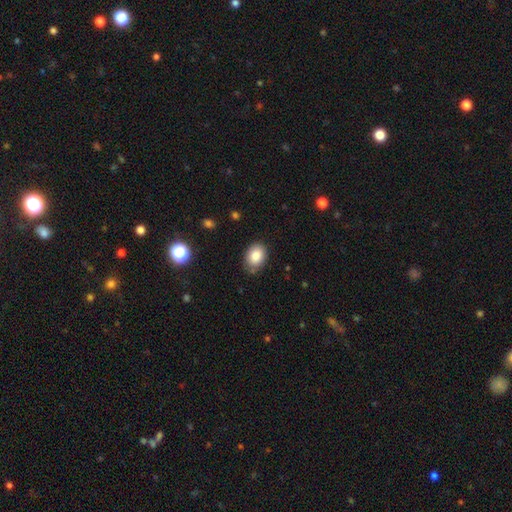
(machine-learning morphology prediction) A smooth galaxy with no disk features (85%) that is in between round and cigar-shaped (71%). Merging: none (80%).